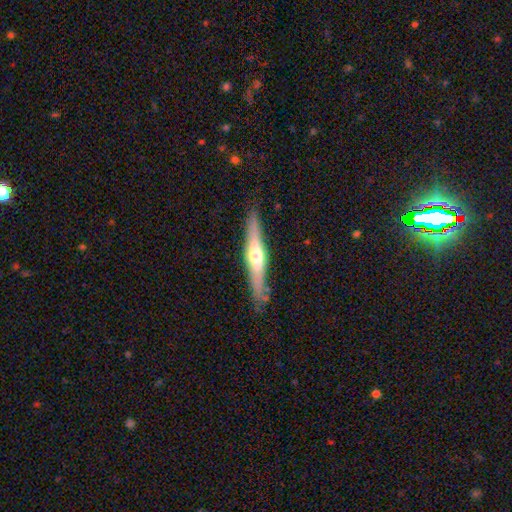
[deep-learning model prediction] Smooth or featured: featured or disk — 63% (smooth — 31%)
Edge-on disk: yes — 94% (no — 6%)
Edge-on bulge: rounded — 89% (none — 6%)
Merging: none — 86% (minor disturbance — 10%)